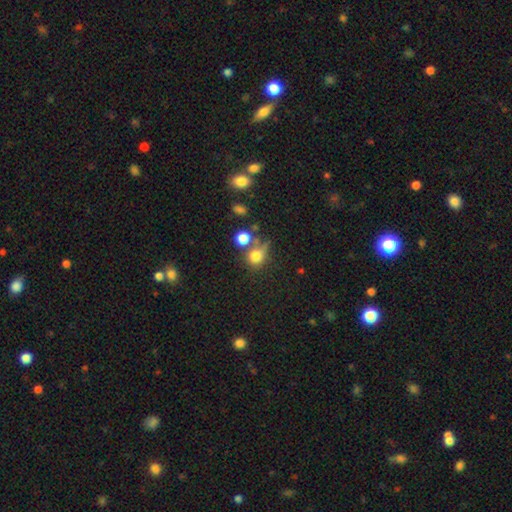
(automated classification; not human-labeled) Q: Smooth or featured?
A: smooth (76%); runner-up: star or artifact (14%)
Q: How rounded?
A: round (81%); runner-up: in between (18%)
Q: Merging?
A: none (47%); runner-up: merger (26%)